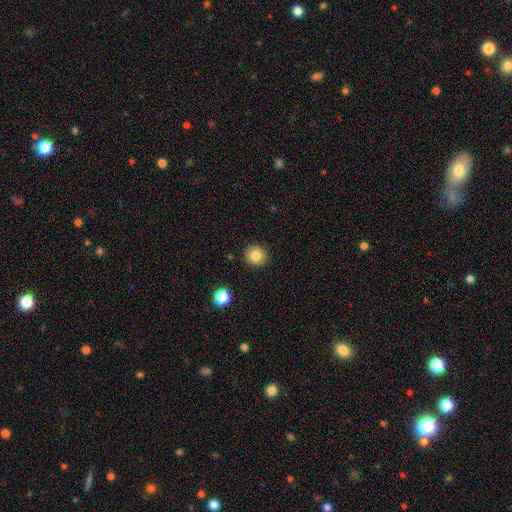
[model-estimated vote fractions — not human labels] smooth_or_featured: smooth (p=0.82) [alt: star or artifact p=0.10]
how_rounded: round (p=0.92) [alt: in between p=0.07]
merging: none (p=0.91) [alt: minor disturbance p=0.06]